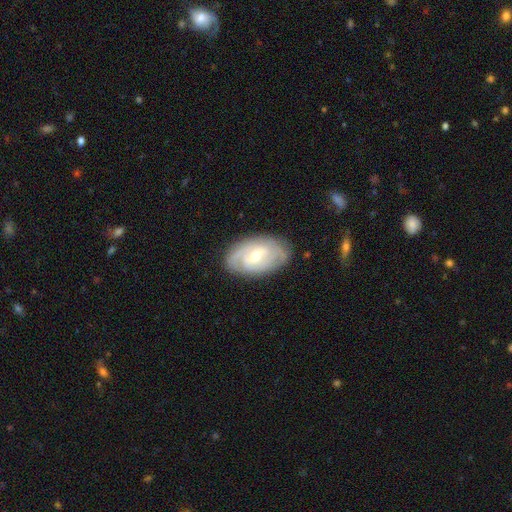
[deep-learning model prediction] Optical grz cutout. It shows a featured or disk galaxy (74%) with a weak bar (52%), 2 (43%) tight (60%) spiral arms (85%) and a moderate central bulge (57%). Merging: none (79%).